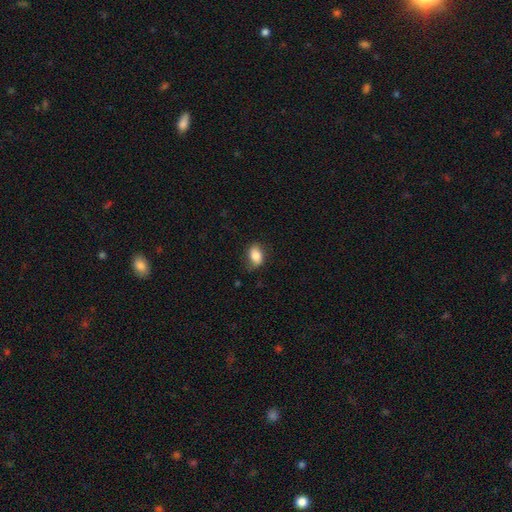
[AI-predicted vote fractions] Morphology: type=smooth (81%); roundness=in between (83%); merging=none (70%).